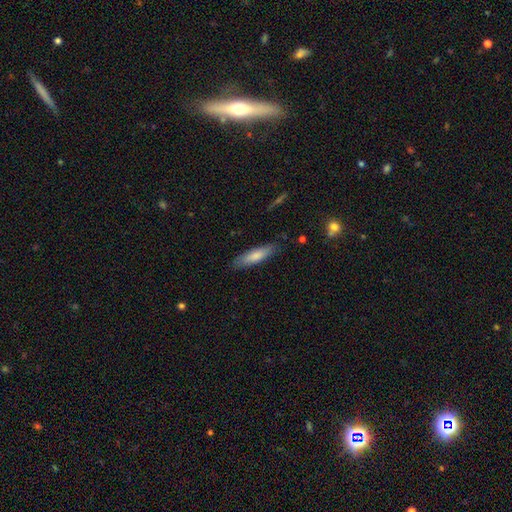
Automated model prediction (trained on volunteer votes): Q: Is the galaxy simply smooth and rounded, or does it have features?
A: smooth — 77%.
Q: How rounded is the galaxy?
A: cigar-shaped — 69%.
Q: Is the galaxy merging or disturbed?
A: none — 85%.